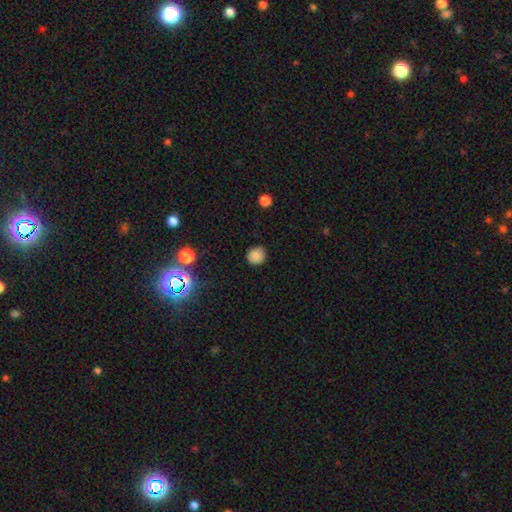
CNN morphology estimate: This is clearly a smooth galaxy (83%). How rounded: clearly round (91%). Merging: clearly none (89%).